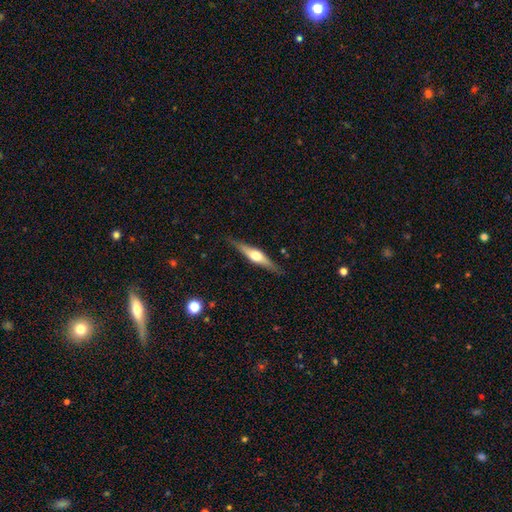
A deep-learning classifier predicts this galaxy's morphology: This appears to be a featured or disk galaxy (65%) viewed edge-on (96%) with a rounded central bulge (92%). Merging: none (85%).